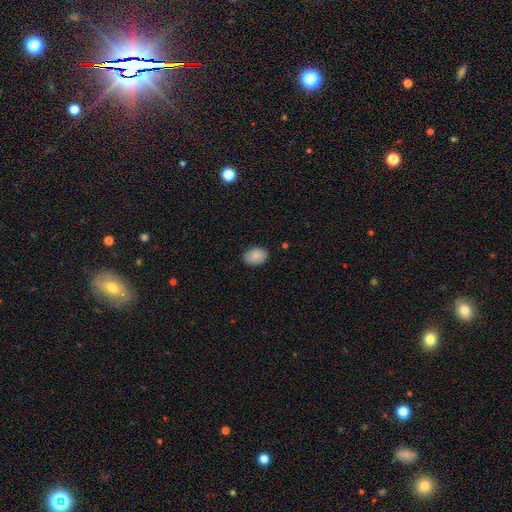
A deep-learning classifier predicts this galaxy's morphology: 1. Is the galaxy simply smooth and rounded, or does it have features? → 89% smooth, 7% star or artifact, 4% featured or disk.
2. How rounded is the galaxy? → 83% in between, 16% round, 1% cigar-shaped.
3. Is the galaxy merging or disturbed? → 87% none, 10% minor disturbance, 2% major disturbance, 1% merger.